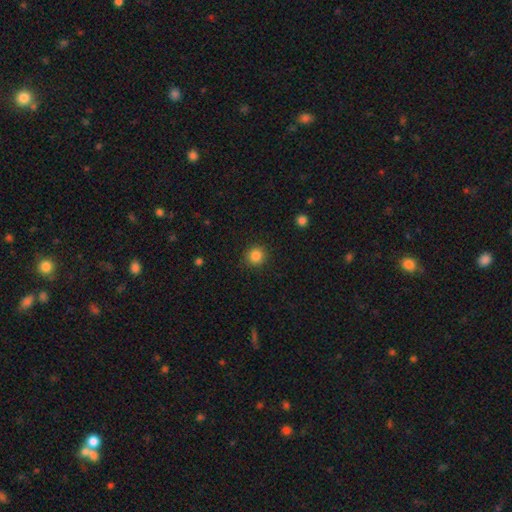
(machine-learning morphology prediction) Smooth or featured? Predicted: smooth (p=0.86). How rounded? Predicted: round (p=0.92). Merging? Predicted: none (p=0.90).